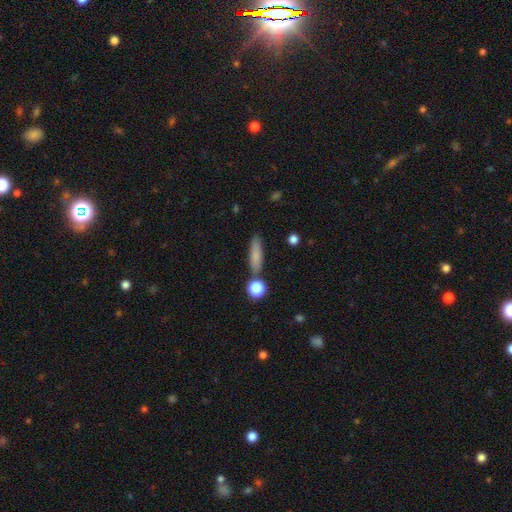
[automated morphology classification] Smooth or featured? Predicted: smooth (p=0.79). How rounded? Predicted: cigar-shaped (p=0.65). Merging? Predicted: none (p=0.76).